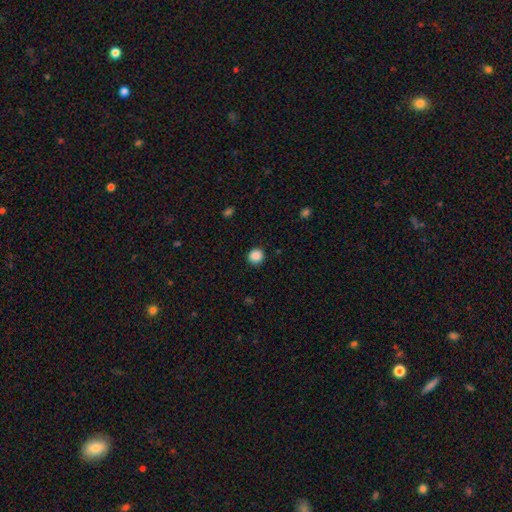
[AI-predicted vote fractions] A smooth galaxy with no disk features (88%) that is round (92%). Merging: none (91%).